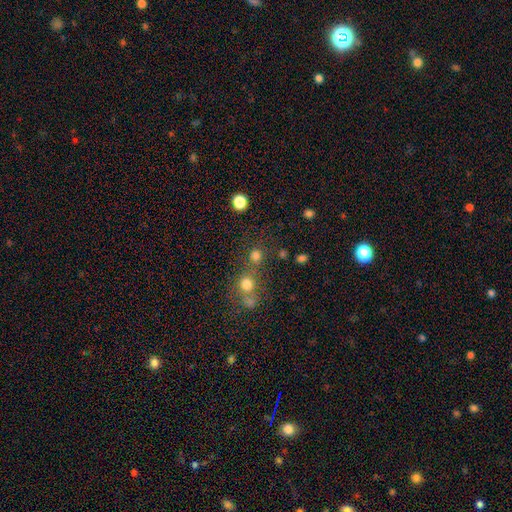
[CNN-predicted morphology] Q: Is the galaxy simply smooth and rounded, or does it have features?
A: smooth — 75%.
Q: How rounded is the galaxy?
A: round — 91%.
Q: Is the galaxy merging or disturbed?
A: none — 63%.